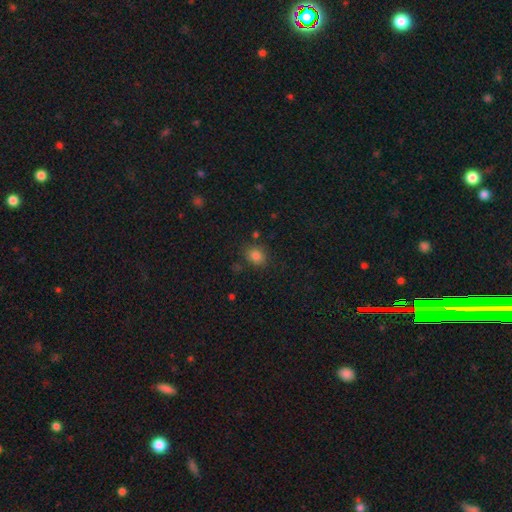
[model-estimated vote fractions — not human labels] A smooth galaxy with no disk features (82%) that is round (50%). Merging: none (78%).